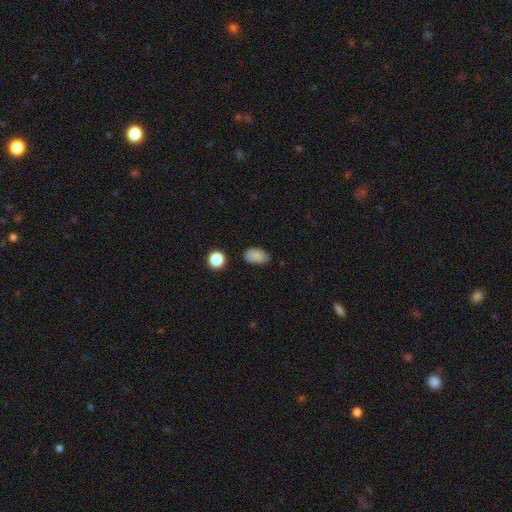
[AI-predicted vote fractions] Smooth or featured? smooth (85%)
How rounded? in between (89%)
Merging? none (79%)